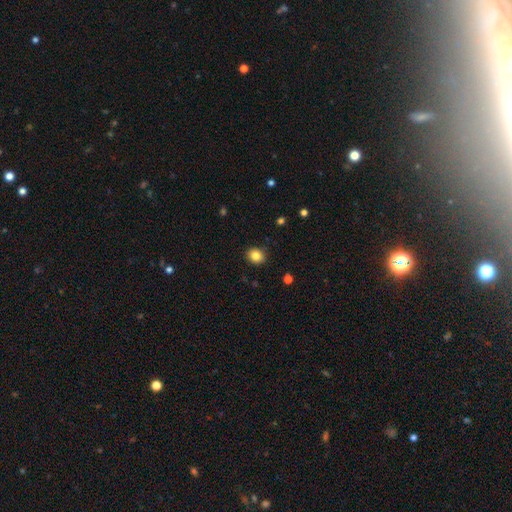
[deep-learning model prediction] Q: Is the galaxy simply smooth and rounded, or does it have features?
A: smooth — 85%.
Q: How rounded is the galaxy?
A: round — 69%.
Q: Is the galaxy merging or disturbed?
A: none — 90%.